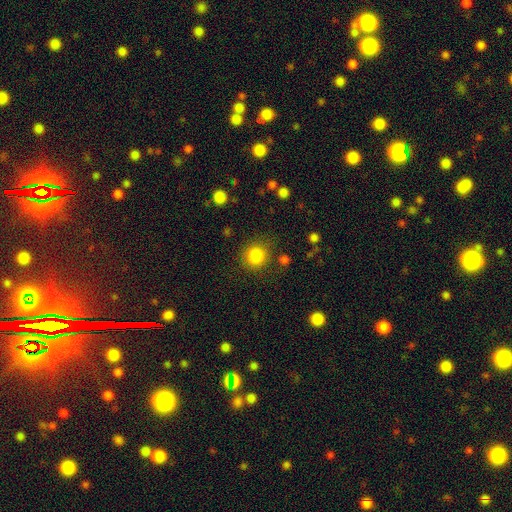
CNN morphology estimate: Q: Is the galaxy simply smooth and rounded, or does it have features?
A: smooth — 84%.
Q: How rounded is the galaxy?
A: round — 90%.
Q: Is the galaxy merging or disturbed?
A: none — 84%.